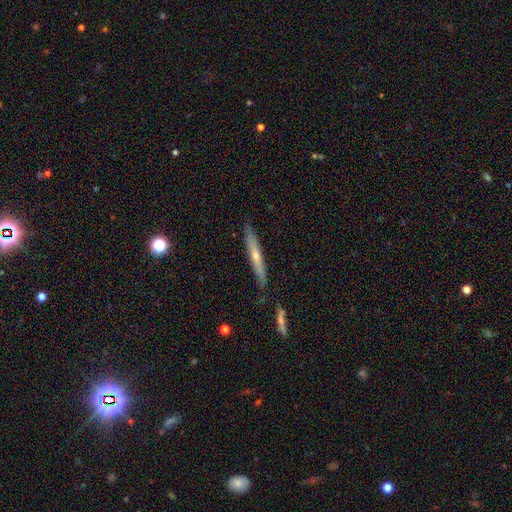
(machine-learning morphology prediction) A featured or disk galaxy (55%) viewed edge-on (92%) with a rounded central bulge (66%). Merging: none (83%).